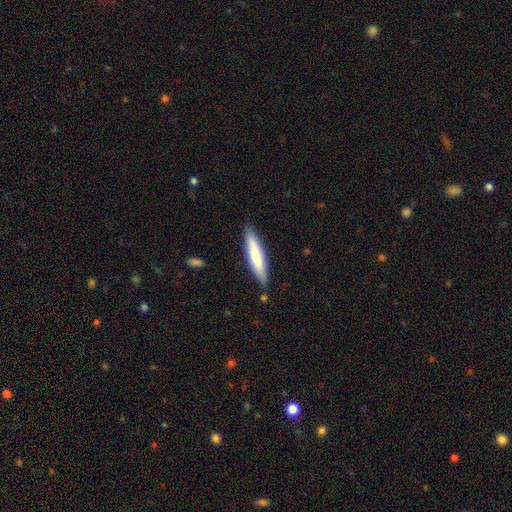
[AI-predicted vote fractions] The model was most divided on "smooth or featured": smooth: 67%, featured or disk: 27%, star or artifact: 5%. More confident: merging — none (86%); how rounded — cigar-shaped (85%).